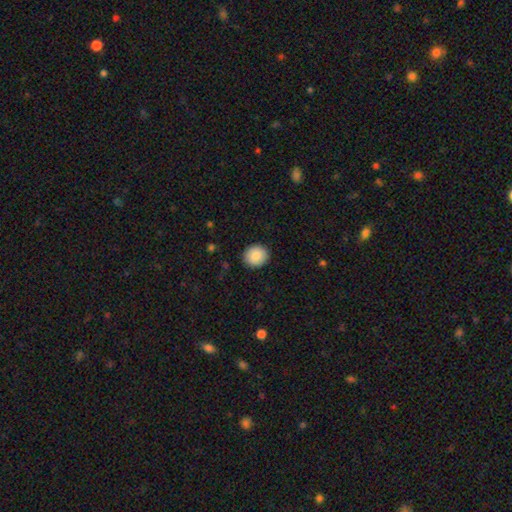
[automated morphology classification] A smooth galaxy with no disk features (86%) that is round (85%).

Vote fractions:
- Smooth or featured? smooth: 86% / star or artifact: 8% / featured or disk: 6%
- How rounded? round: 85% / in between: 15% / cigar-shaped: 1%
- Merging? none: 91% / minor disturbance: 7% / major disturbance: 2% / merger: 1%